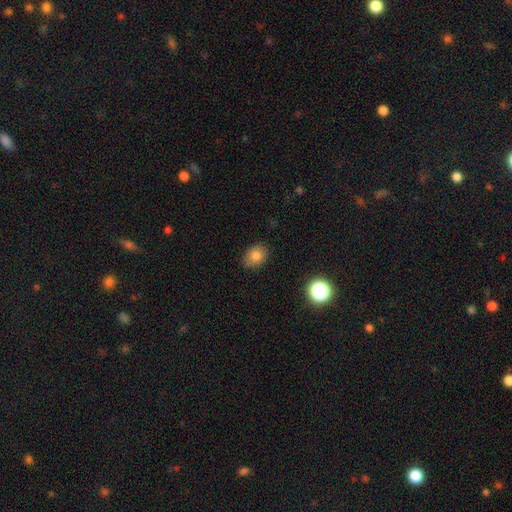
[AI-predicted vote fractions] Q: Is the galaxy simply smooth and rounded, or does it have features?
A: smooth — 79%.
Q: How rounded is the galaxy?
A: in between — 66%.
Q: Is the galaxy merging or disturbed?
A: none — 86%.